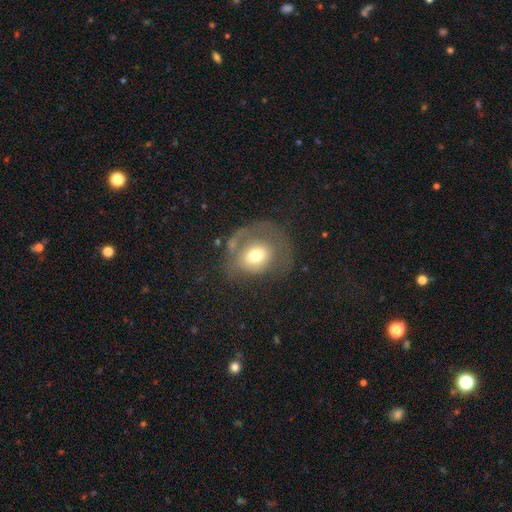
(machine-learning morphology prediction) Smooth or featured: smooth — 54% (featured or disk — 37%)
How rounded: round — 62% (in between — 37%)
Merging: none — 38% (major disturbance — 34%)